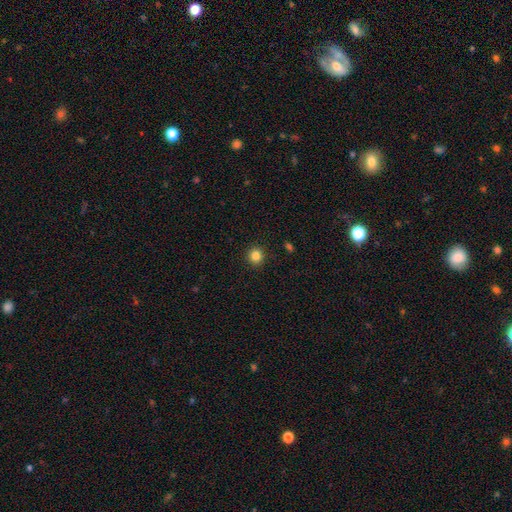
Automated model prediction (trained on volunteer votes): A smooth galaxy with no disk features (84%) that is round (91%). Merging: none (92%).